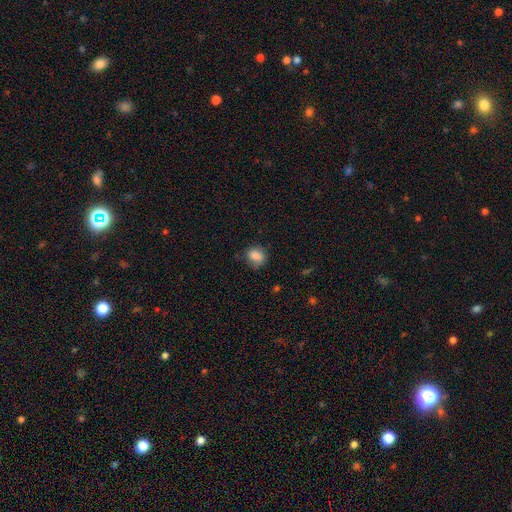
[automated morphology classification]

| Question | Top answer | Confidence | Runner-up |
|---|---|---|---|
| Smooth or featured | smooth | 83% | star or artifact (9%) |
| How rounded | round | 53% | in between (45%) |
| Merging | none | 65% | minor disturbance (25%) |